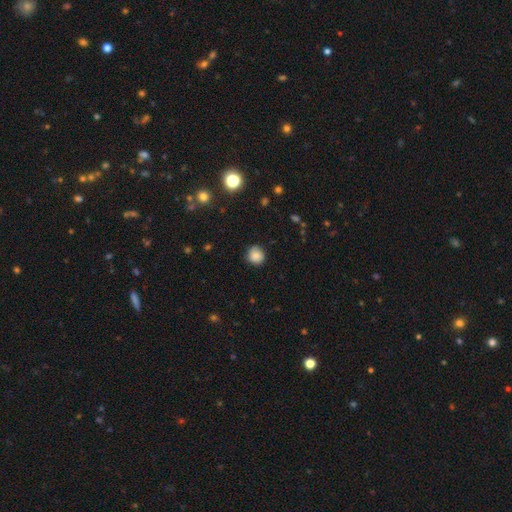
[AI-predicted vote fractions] Smooth or featured? Predicted: smooth (p=0.86). How rounded? Predicted: round (p=0.89). Merging? Predicted: none (p=0.84).